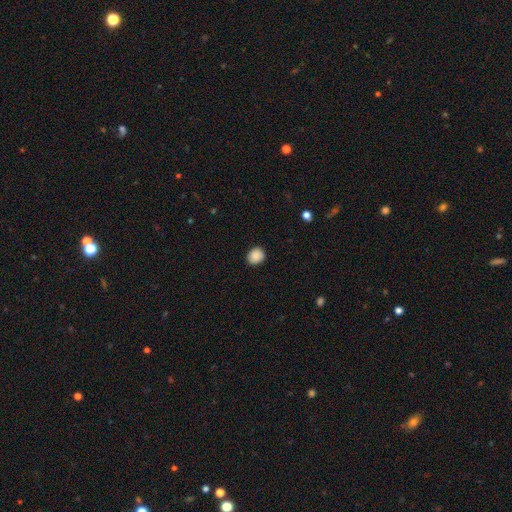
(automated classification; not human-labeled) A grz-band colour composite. It shows a smooth galaxy with no disk features (89%) that is round (69%). Merging: none (88%).